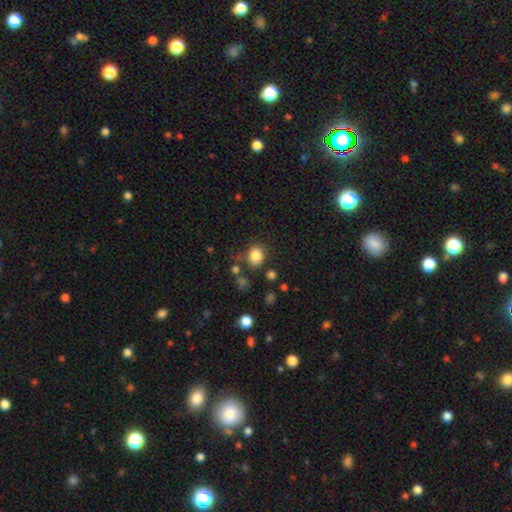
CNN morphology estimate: smooth-or-featured: smooth: 84% | star or artifact: 11% | featured or disk: 5%
  how-rounded: round: 55% | in between: 44% | cigar-shaped: 1%
  merging: none: 75% | minor disturbance: 14% | merger: 6% | major disturbance: 5%